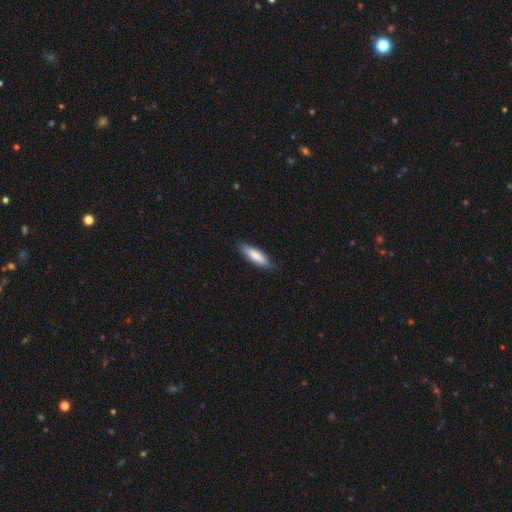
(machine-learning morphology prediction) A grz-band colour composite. It shows a smooth galaxy with no disk features (80%) that is cigar-shaped (53%). Merging: none (84%).